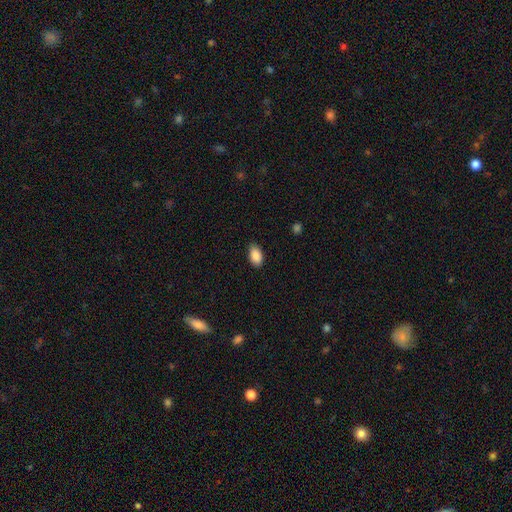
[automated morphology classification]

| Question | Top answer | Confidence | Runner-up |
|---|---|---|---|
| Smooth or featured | smooth | 89% | star or artifact (7%) |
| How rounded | in between | 93% | round (5%) |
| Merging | none | 84% | minor disturbance (13%) |